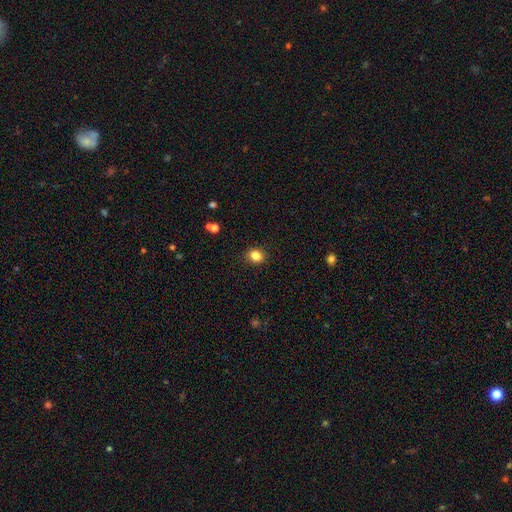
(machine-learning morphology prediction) The model was most divided on "how rounded": round: 70%, in between: 29%, cigar-shaped: 1%. More confident: merging — none (90%); smooth or featured — smooth (84%).